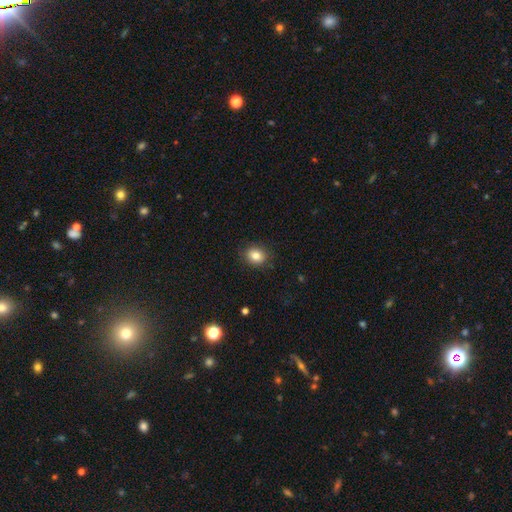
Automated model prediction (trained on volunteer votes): This is clearly a smooth galaxy (82%). How rounded: likely round (62%). Merging: clearly none (86%).